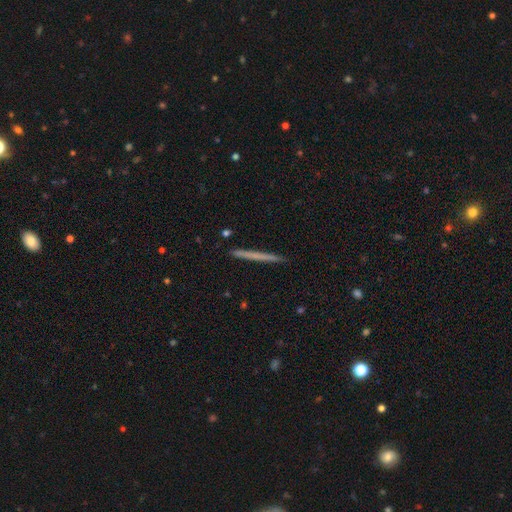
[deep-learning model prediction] This is possibly a smooth galaxy (54%). How rounded: clearly cigar-shaped (97%). Merging: clearly none (92%).